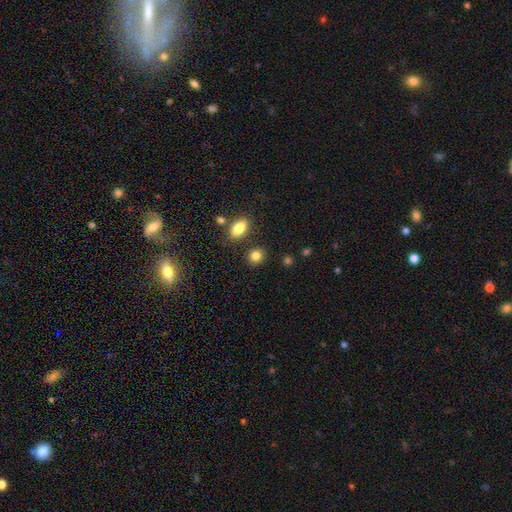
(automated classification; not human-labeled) This is clearly a smooth galaxy (84%). How rounded: likely round (72%). Merging: clearly none (83%).